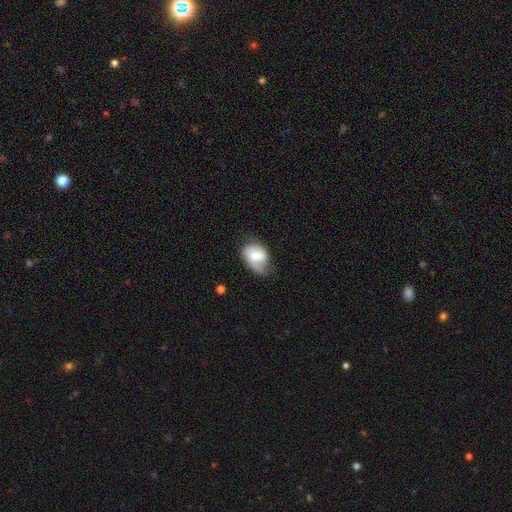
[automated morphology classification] Overall: smooth (56%; featured or disk 37%). How rounded: in between (77%). Merging: none (45%; minor disturbance 37%).